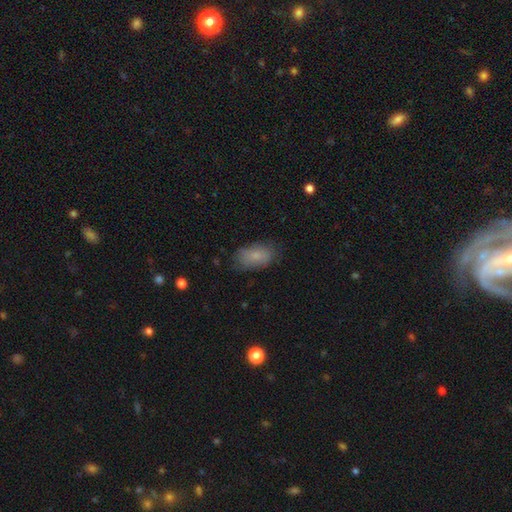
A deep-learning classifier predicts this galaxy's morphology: Overall: smooth (79%). How rounded: in between (92%). Merging: none (74%).